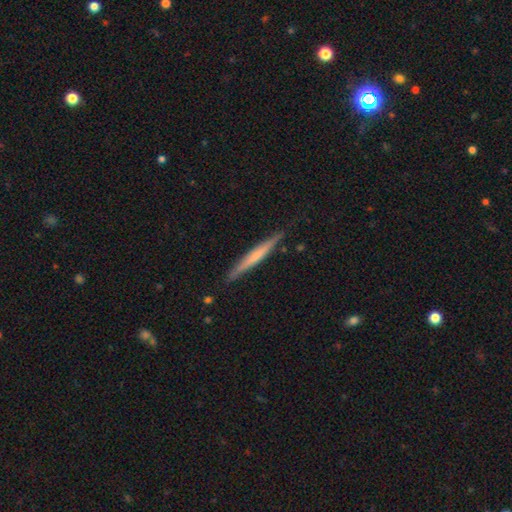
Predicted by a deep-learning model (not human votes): A featured or disk galaxy (50%) viewed edge-on (97%). Merging: none (86%).